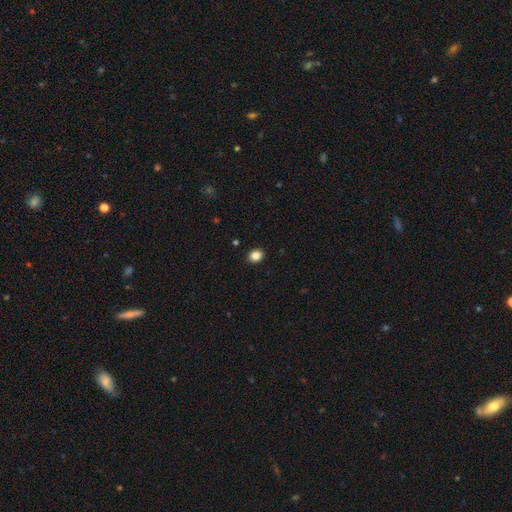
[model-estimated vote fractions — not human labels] This appears to be a smooth galaxy with no disk features (86%) that is round (56%). Merging: none (91%).